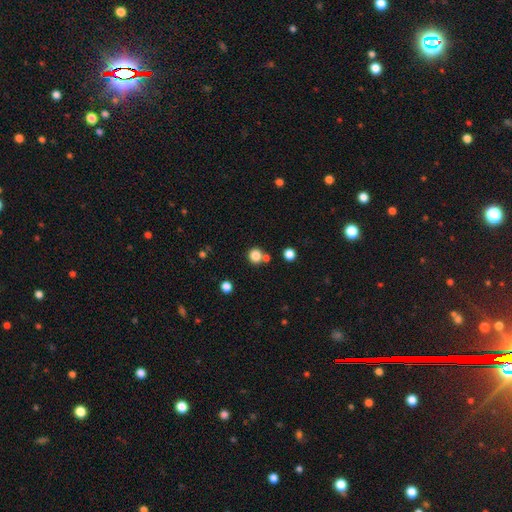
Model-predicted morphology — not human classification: Smooth or featured: smooth — 83% (star or artifact — 12%)
How rounded: round — 90% (in between — 9%)
Merging: none — 70% (merger — 19%)